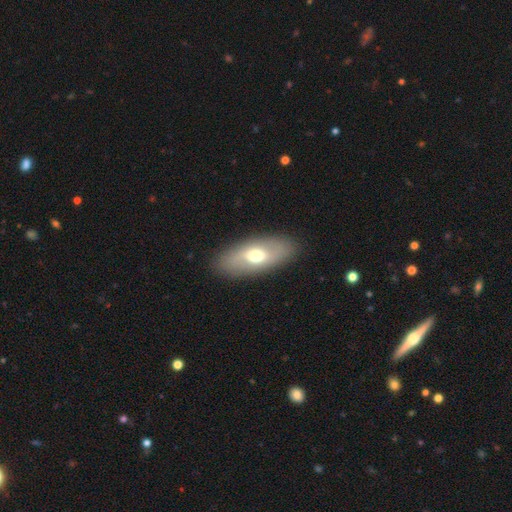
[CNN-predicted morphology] The model was most divided on "smooth or featured": smooth: 58%, featured or disk: 36%, star or artifact: 7%. More confident: merging — none (87%); how rounded — in between (85%).